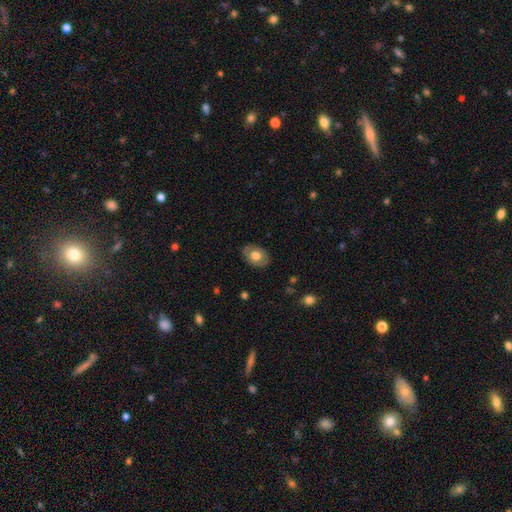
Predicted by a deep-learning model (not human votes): A smooth galaxy with no disk features (60%) that is in between round and cigar-shaped (73%). Merging: none (82%).